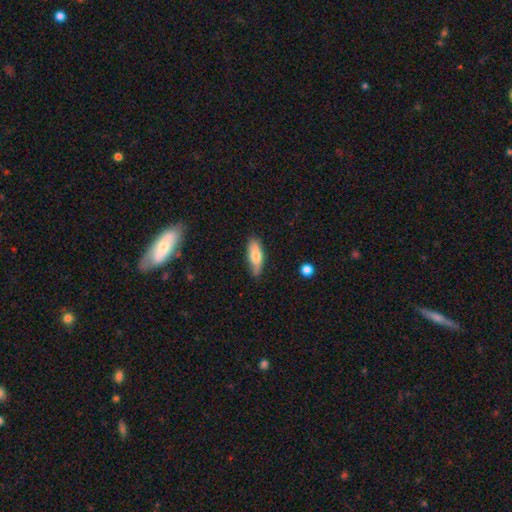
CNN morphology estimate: Smooth or featured? smooth (72%)
How rounded? in between (67%)
Merging? none (73%)